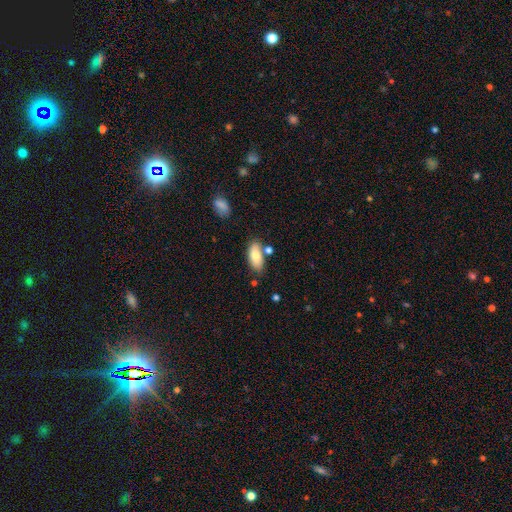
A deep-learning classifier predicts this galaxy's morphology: Overall: smooth (78%). How rounded: in between (90%). Merging: none (71%).